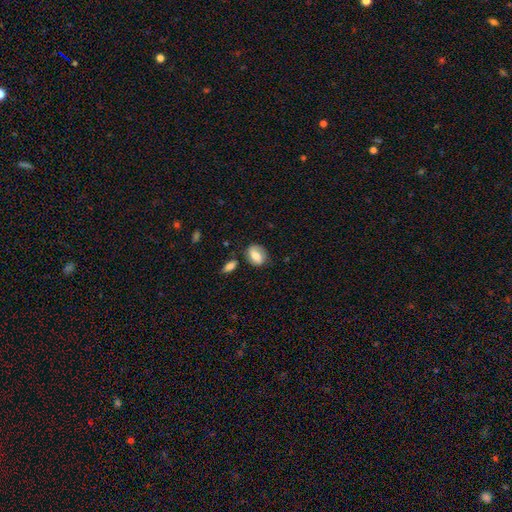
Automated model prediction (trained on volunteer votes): Q: Smooth or featured?
A: smooth (66%); runner-up: featured or disk (27%)
Q: How rounded?
A: in between (65%); runner-up: round (33%)
Q: Merging?
A: none (73%); runner-up: minor disturbance (17%)